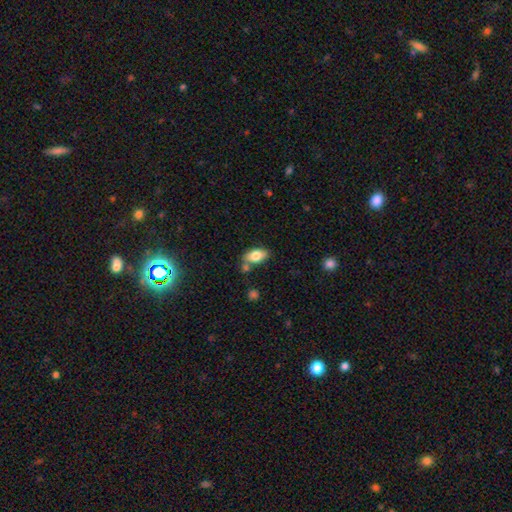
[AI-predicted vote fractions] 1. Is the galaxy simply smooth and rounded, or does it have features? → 79% smooth, 13% featured or disk, 8% star or artifact.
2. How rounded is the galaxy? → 91% in between, 5% round, 4% cigar-shaped.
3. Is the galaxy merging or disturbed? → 66% none, 17% minor disturbance, 13% merger, 4% major disturbance.